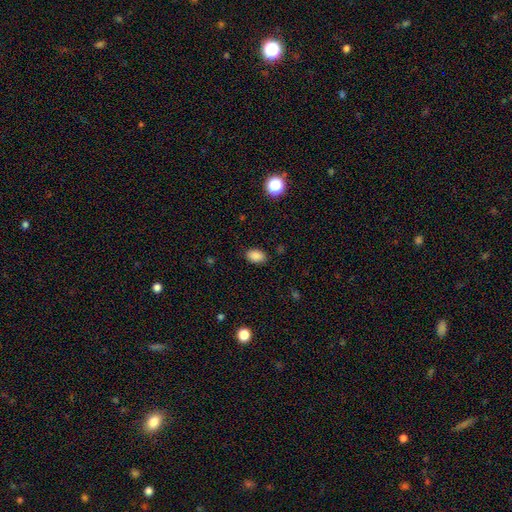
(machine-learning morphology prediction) This appears to be a smooth galaxy with no disk features (86%) that is in between round and cigar-shaped (86%). Merging: none (86%).